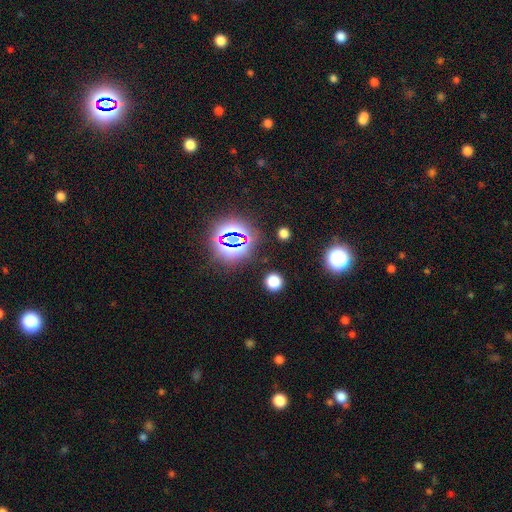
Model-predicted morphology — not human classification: smooth-or-featured: star or artifact: 79% | smooth: 14% | featured or disk: 7%